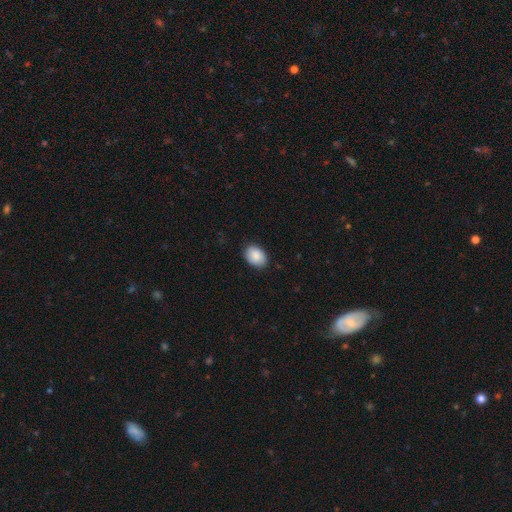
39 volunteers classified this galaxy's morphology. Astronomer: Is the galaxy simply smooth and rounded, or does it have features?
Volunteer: smooth — 90%.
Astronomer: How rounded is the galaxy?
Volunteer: in between — 89%.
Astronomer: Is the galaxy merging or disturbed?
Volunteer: none — 89%.